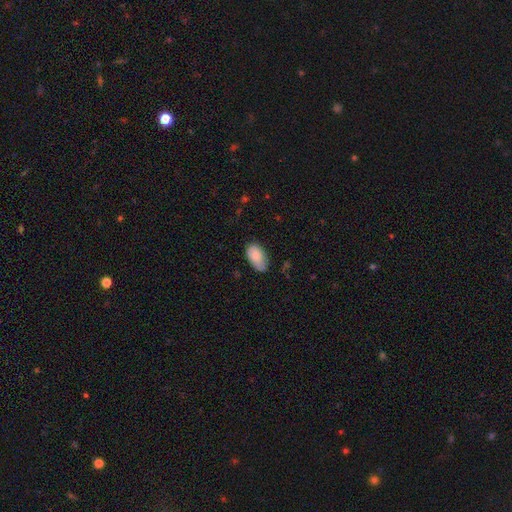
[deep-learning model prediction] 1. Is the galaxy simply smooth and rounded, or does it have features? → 83% smooth, 10% featured or disk, 6% star or artifact.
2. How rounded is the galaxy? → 94% in between, 4% round, 2% cigar-shaped.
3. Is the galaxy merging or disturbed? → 64% none, 29% minor disturbance, 5% major disturbance, 2% merger.